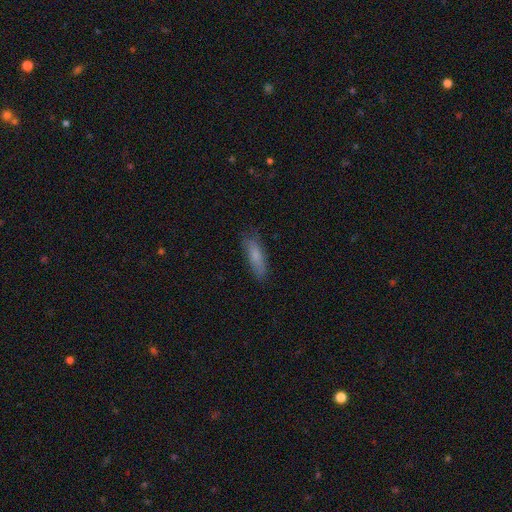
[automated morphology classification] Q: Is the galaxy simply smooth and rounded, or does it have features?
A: smooth — 76%.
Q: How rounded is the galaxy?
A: cigar-shaped — 59%.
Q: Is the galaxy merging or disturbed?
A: none — 76%.